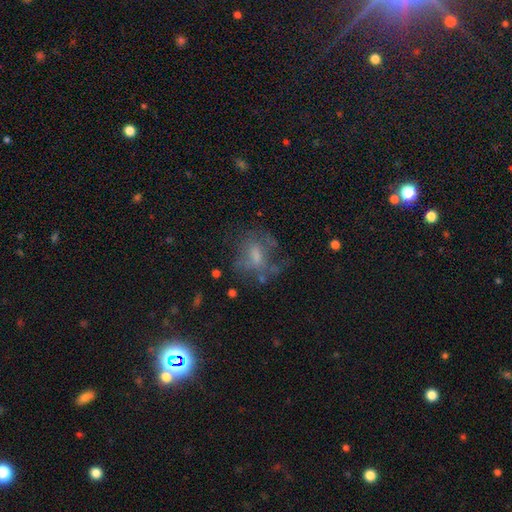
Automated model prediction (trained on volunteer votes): Smooth or featured? Predicted: featured or disk (p=0.43). Merging? Predicted: none (p=0.47).